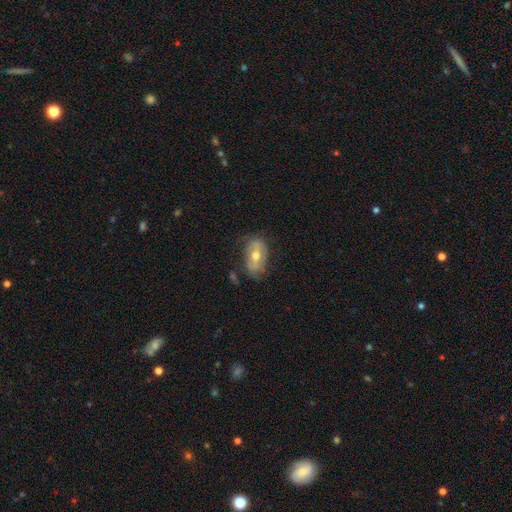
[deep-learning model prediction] smooth-or-featured: featured or disk: 50% | smooth: 43% | star or artifact: 7%
  merging: none: 64% | minor disturbance: 25% | major disturbance: 9% | merger: 2%